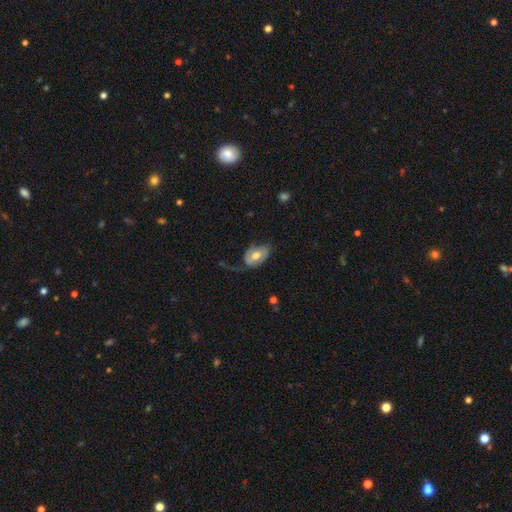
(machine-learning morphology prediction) type=smooth (55%); roundness=in between (86%); merging=none (44%).